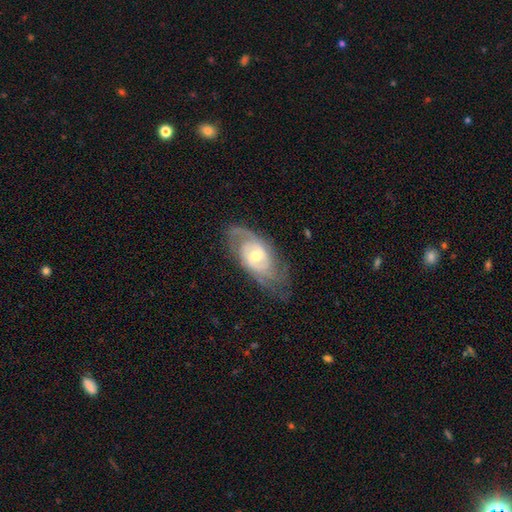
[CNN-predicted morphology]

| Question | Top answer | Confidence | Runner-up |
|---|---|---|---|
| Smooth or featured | featured or disk | 84% | smooth (10%) |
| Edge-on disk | no | 93% | yes (7%) |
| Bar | no | 50% | weak (40%) |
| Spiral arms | yes | 94% | no (6%) |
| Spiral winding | tight | 51% | medium (37%) |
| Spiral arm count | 2 | 55% | can't tell (23%) |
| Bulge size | moderate | 63% | small (30%) |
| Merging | none | 69% | minor disturbance (19%) |